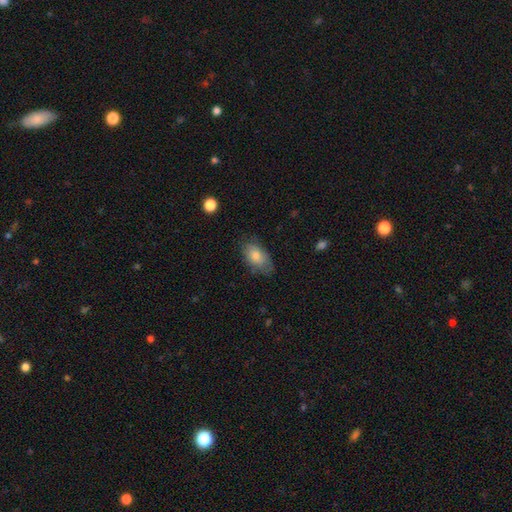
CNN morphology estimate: Smooth or featured: smooth — 74% (featured or disk — 19%)
How rounded: in between — 91% (round — 6%)
Merging: none — 72% (minor disturbance — 21%)